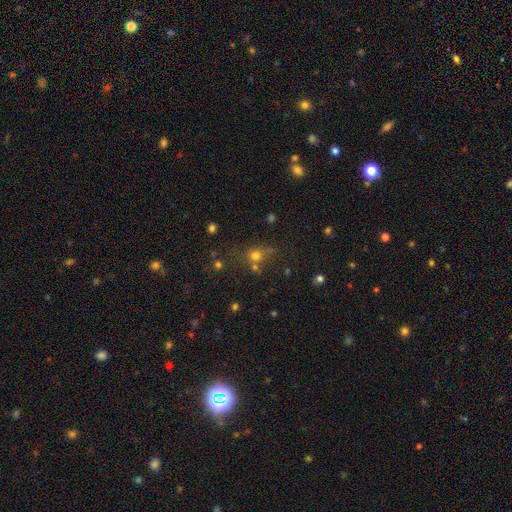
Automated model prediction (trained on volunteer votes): Overall: smooth (68%). How rounded: round (77%). Merging: none (57%; merger 19%).